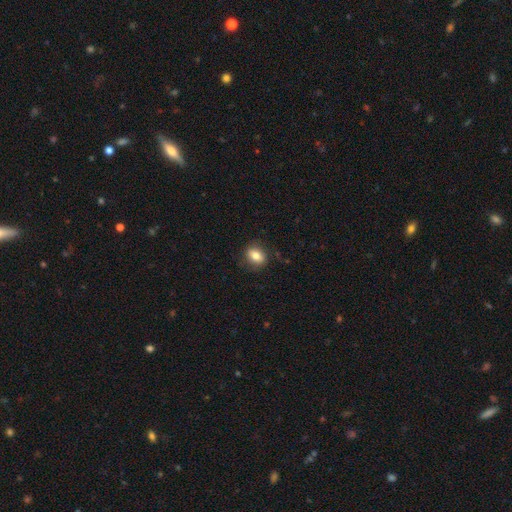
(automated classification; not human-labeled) smooth_or_featured: smooth (p=0.79) [alt: featured or disk p=0.12]
how_rounded: in between (p=0.66) [alt: round p=0.33]
merging: none (p=0.80) [alt: minor disturbance p=0.15]